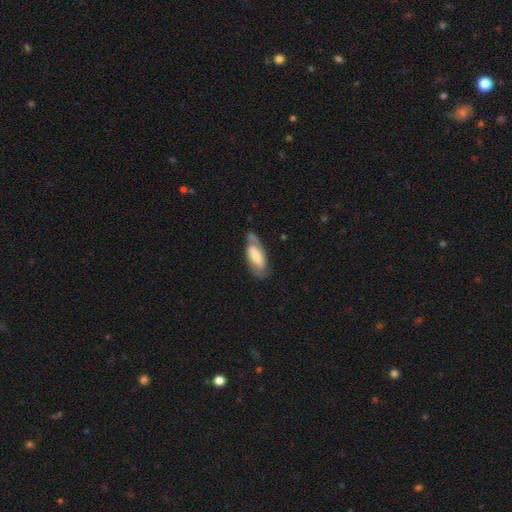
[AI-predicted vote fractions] Smooth or featured? featured or disk (59%)
Edge-on disk? no (88%)
Bar? weak (38%, tied with strong)
Spiral arms? yes (83%)
Bulge size? moderate (44%)
Merging? none (63%)